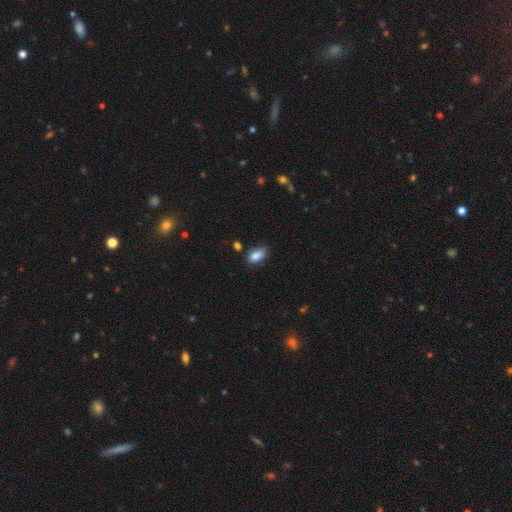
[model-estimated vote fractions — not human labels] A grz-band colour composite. It shows a smooth galaxy with no disk features (86%) that is in between round and cigar-shaped (92%). Merging: none (71%).